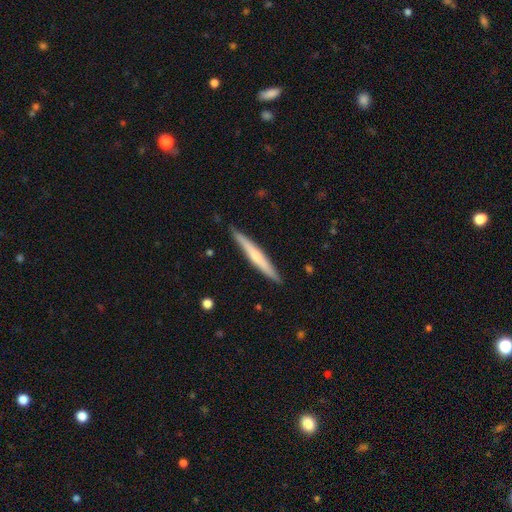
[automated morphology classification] smooth-or-featured: featured or disk: 50% | smooth: 45% | star or artifact: 5%
  disk-edge-on: yes: 96% | no: 4%
  merging: none: 89% | minor disturbance: 8% | major disturbance: 1% | merger: 1%